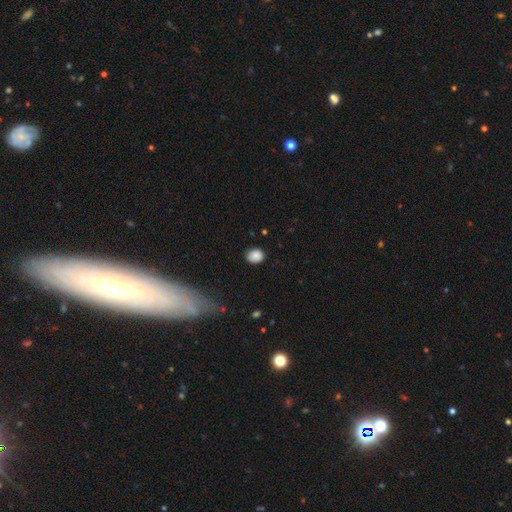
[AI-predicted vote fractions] The model was most divided on "how rounded": round: 66%, in between: 33%, cigar-shaped: 1%. More confident: smooth or featured — smooth (86%); merging — none (82%).